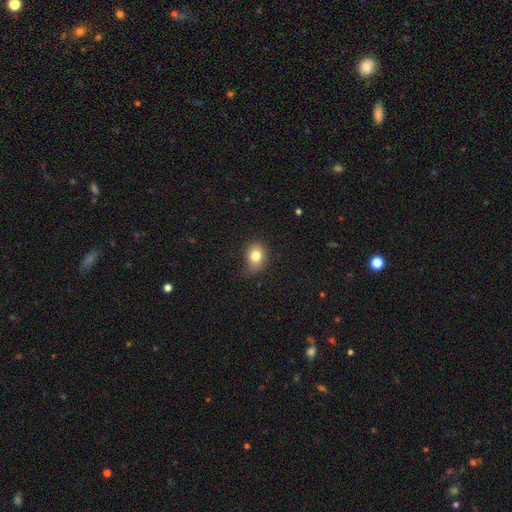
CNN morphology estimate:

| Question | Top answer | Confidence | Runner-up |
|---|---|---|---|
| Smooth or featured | smooth | 79% | star or artifact (11%) |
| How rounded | in between | 60% | round (38%) |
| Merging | none | 64% | minor disturbance (28%) |